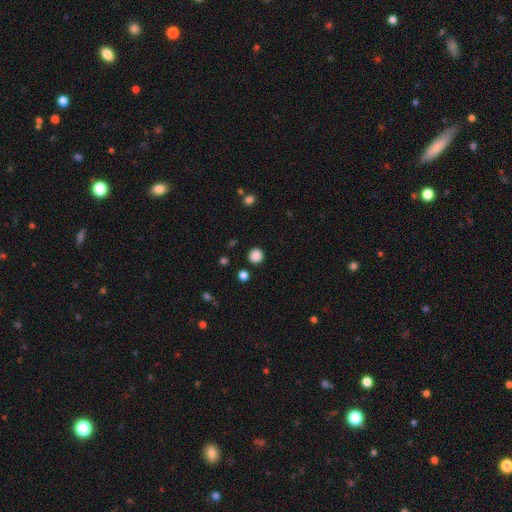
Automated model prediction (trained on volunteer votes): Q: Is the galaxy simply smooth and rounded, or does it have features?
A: smooth — 86%.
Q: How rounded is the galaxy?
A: round — 94%.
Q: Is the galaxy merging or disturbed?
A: none — 90%.